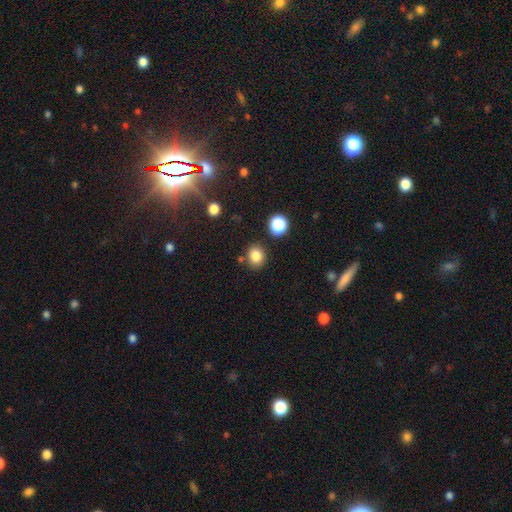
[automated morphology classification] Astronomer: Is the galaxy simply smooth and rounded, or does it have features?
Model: smooth — 83%.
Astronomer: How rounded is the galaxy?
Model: round — 68%.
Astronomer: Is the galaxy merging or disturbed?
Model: none — 81%.